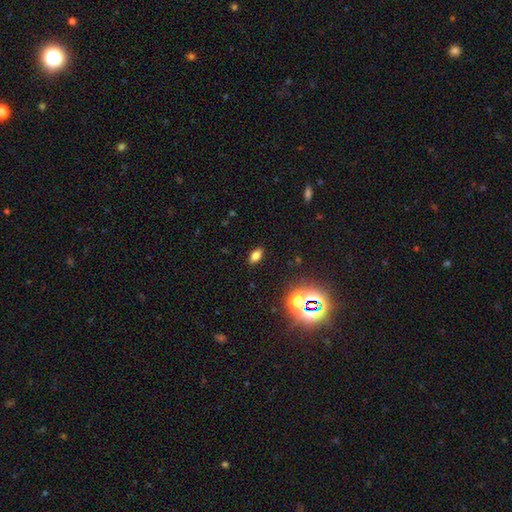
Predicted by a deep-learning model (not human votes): Smooth or featured: smooth — 75% (star or artifact — 18%)
How rounded: in between — 88% (round — 9%)
Merging: none — 87% (minor disturbance — 9%)